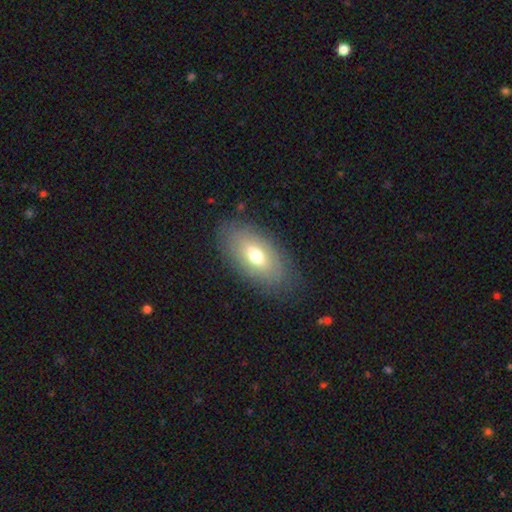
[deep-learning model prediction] A smooth galaxy with no disk features (59%) that is in between round and cigar-shaped (91%).

Vote fractions:
- Smooth or featured? smooth: 59% / featured or disk: 32% / star or artifact: 8%
- How rounded? in between: 91% / round: 6% / cigar-shaped: 3%
- Merging? none: 81% / minor disturbance: 13% / major disturbance: 5% / merger: 1%